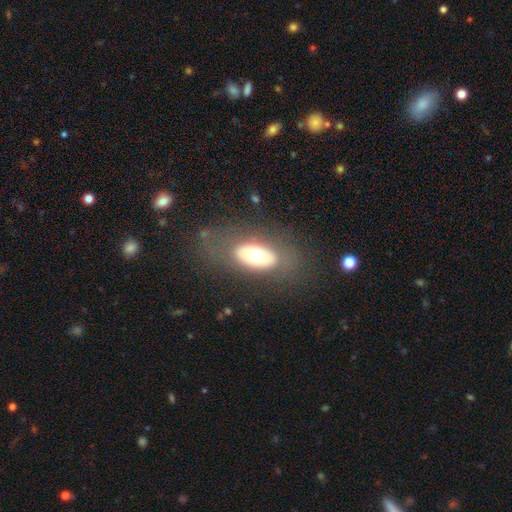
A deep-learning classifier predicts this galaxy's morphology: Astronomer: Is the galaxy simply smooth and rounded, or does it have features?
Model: smooth — 55% (runner-up: featured or disk, 37%).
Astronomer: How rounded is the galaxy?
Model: in between — 87%.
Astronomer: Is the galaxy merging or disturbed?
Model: none — 73%.